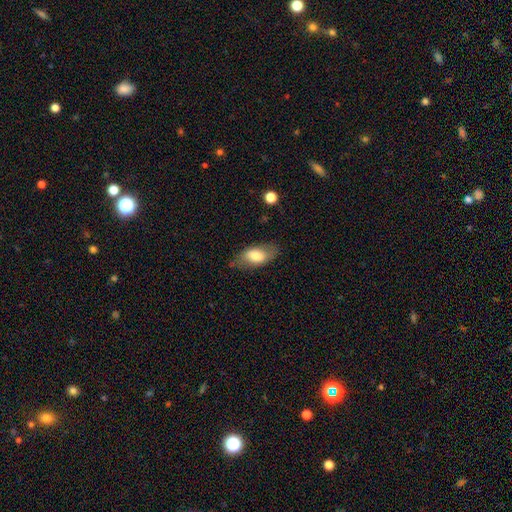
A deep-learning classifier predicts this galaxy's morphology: A smooth galaxy with no disk features (72%) that is in between round and cigar-shaped (89%).

Vote fractions:
- Smooth or featured? smooth: 72% / featured or disk: 22% / star or artifact: 7%
- How rounded? in between: 89% / cigar-shaped: 6% / round: 4%
- Merging? none: 72% / minor disturbance: 20% / major disturbance: 7% / merger: 2%